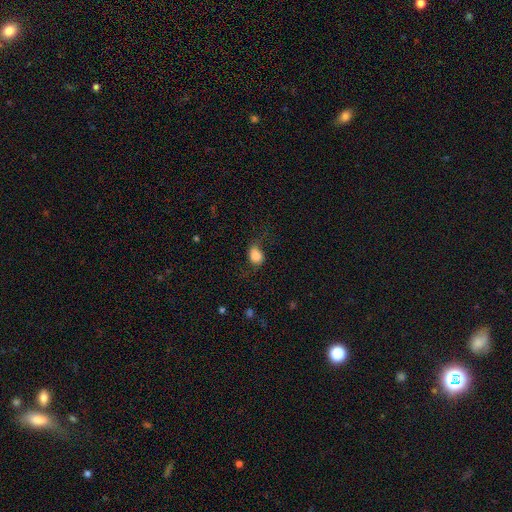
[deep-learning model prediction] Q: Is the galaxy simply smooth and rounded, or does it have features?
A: smooth — 76%.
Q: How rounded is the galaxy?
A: in between — 58%.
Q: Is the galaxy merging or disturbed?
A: none — 55%.